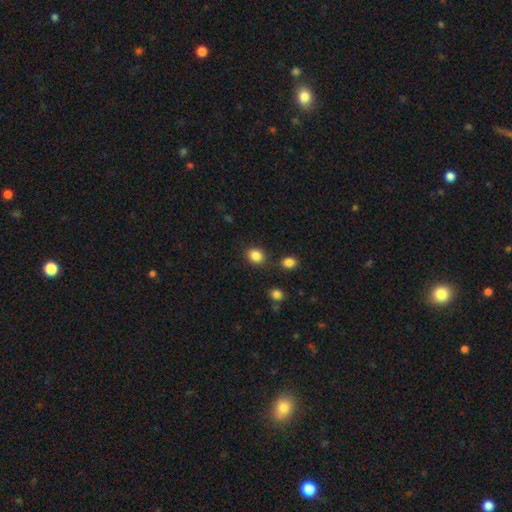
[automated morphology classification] Smooth or featured? smooth (86%)
How rounded? round (61%)
Merging? none (82%)